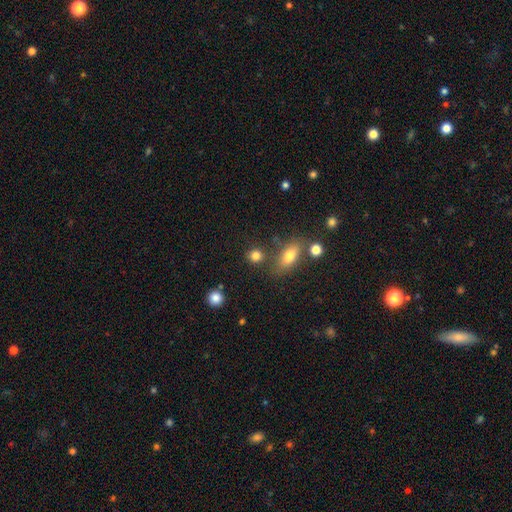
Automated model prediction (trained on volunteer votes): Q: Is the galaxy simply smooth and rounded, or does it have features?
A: smooth — 80%.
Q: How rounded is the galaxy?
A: round — 75%.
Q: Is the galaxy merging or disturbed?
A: none — 74%.